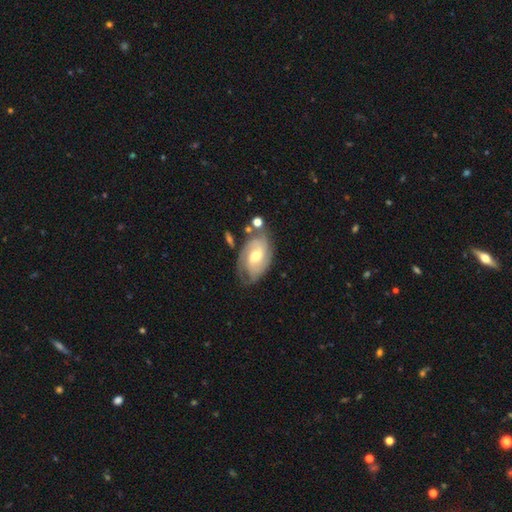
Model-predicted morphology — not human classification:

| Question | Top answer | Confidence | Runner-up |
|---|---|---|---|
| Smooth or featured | featured or disk | 79% | smooth (15%) |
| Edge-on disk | no | 95% | yes (5%) |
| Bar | no | 51% | weak (39%) |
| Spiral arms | yes | 92% | no (8%) |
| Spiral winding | tight | 56% | medium (34%) |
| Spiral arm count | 2 | 35% | can't tell (27%) |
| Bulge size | moderate | 65% | small (30%) |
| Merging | none | 64% | minor disturbance (21%) |